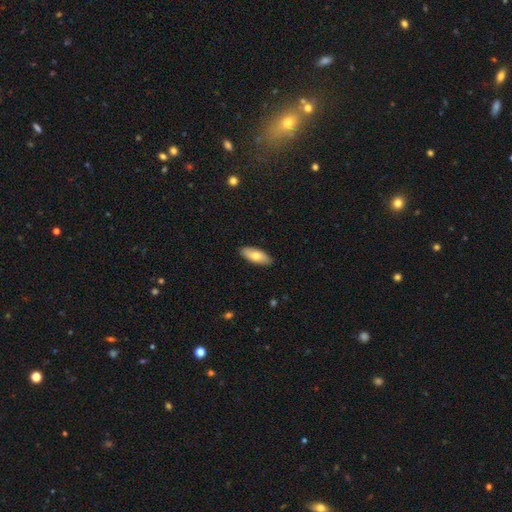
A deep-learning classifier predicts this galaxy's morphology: Smooth or featured? smooth (72%)
How rounded? in between (81%)
Merging? none (89%)